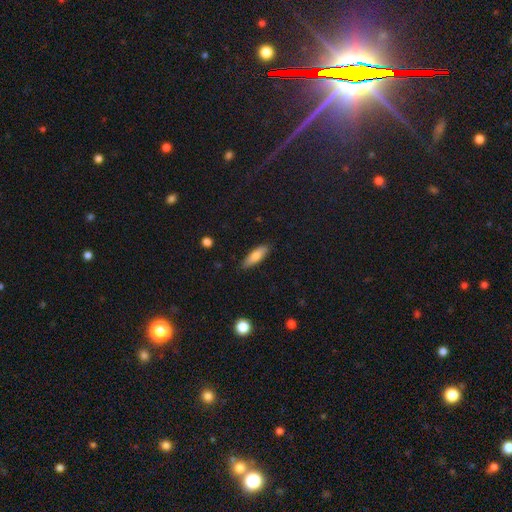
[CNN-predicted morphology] Q: Smooth or featured?
A: smooth (72%); runner-up: featured or disk (22%)
Q: How rounded?
A: cigar-shaped (50%); runner-up: in between (47%)
Q: Merging?
A: none (86%); runner-up: minor disturbance (11%)